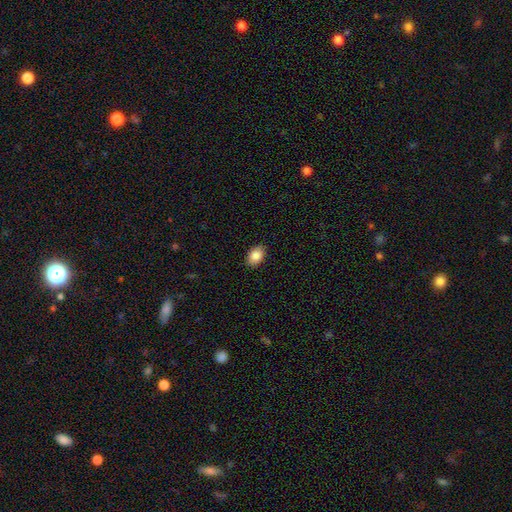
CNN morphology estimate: smooth_or_featured: smooth (p=0.86) [alt: star or artifact p=0.07]
how_rounded: in between (p=0.87) [alt: round p=0.12]
merging: none (p=0.89) [alt: minor disturbance p=0.08]